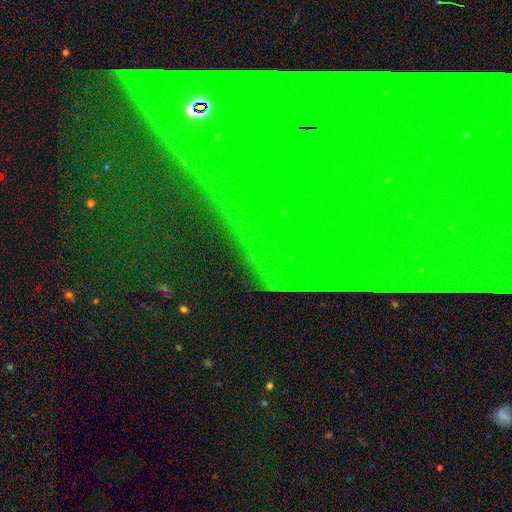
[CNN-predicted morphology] Smooth or featured: star or artifact — 78% (featured or disk — 11%)